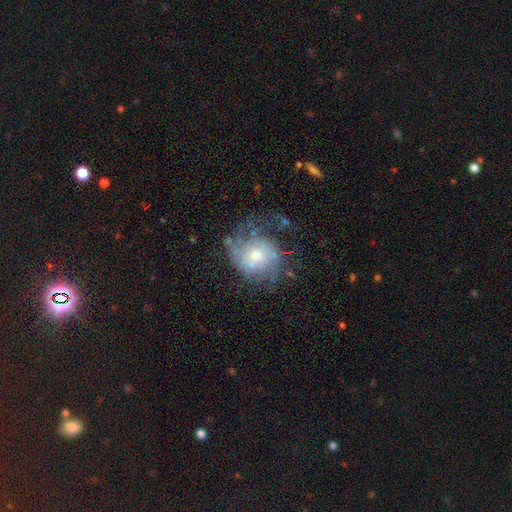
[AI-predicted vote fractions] Q: Smooth or featured?
A: featured or disk (67%); runner-up: smooth (25%)
Q: Edge-on disk?
A: no (97%); runner-up: yes (3%)
Q: Bar?
A: no (75%); runner-up: weak (21%)
Q: Spiral arms?
A: yes (78%); runner-up: no (22%)
Q: Spiral winding?
A: medium (39%); runner-up: tight (36%)
Q: Spiral arm count?
A: 2 (38%); runner-up: can't tell (36%)
Q: Bulge size?
A: moderate (53%); runner-up: small (36%)
Q: Merging?
A: none (46%); runner-up: major disturbance (28%)